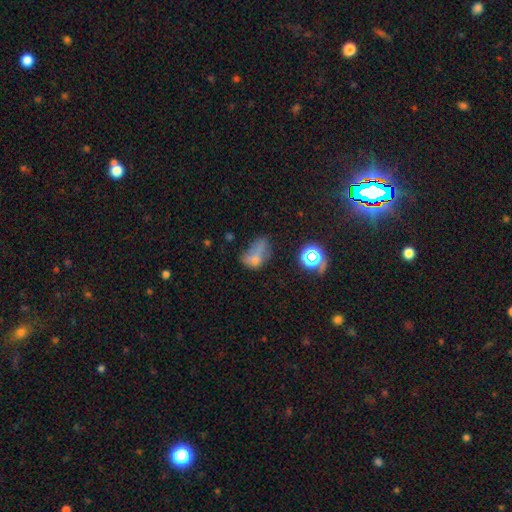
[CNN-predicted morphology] A smooth galaxy with no disk features (58%) that is in between round and cigar-shaped (77%).

Vote fractions:
- Smooth or featured? smooth: 58% / featured or disk: 21% / star or artifact: 21%
- How rounded? in between: 77% / round: 19% / cigar-shaped: 4%
- Merging? major disturbance: 32% / none: 25% / minor disturbance: 22% / merger: 21%